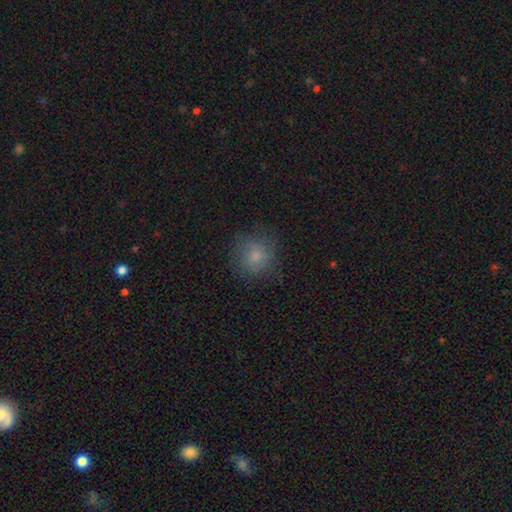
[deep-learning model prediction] smooth-or-featured: smooth: 77% | featured or disk: 11% | star or artifact: 11%
  how-rounded: round: 87% | in between: 13% | cigar-shaped: 1%
  merging: none: 76% | minor disturbance: 16% | major disturbance: 7% | merger: 1%